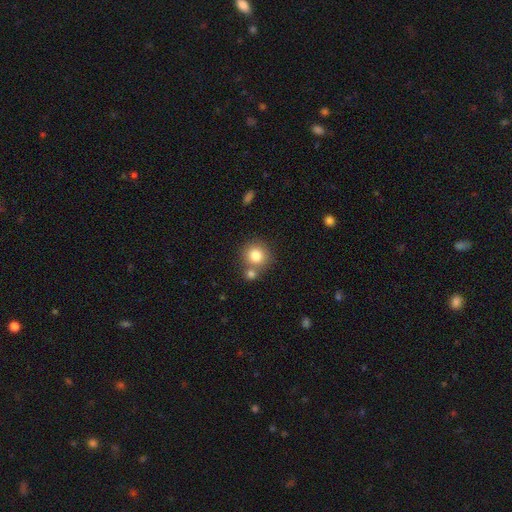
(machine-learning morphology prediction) Overall: smooth (80%). How rounded: round (89%). Merging: none (62%; merger 26%).